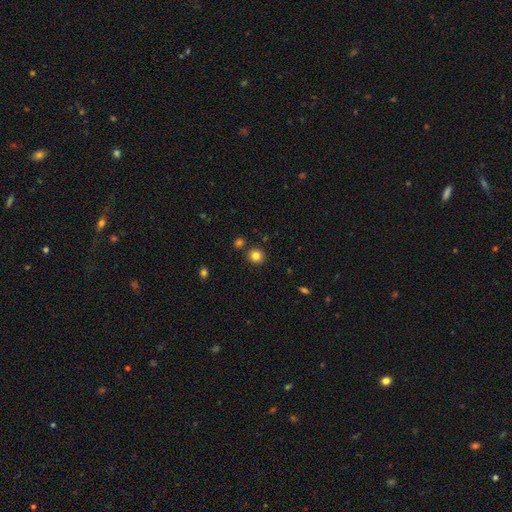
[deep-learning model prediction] smooth-or-featured: smooth: 82% | star or artifact: 12% | featured or disk: 5%
  how-rounded: round: 91% | in between: 8% | cigar-shaped: 1%
  merging: none: 87% | minor disturbance: 6% | merger: 4% | major disturbance: 2%